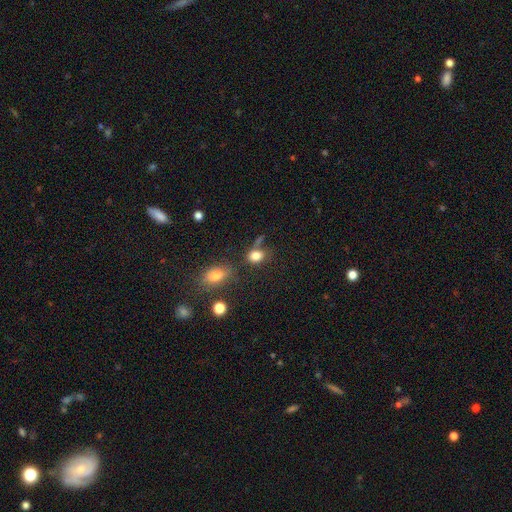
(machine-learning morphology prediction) Smooth or featured? smooth (81%)
How rounded? in between (62%)
Merging? none (54%)